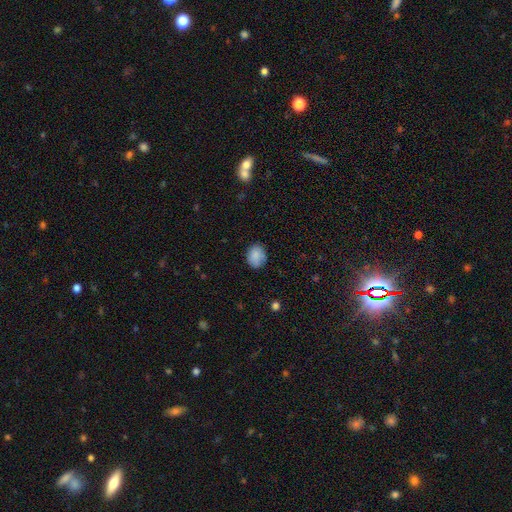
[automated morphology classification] Overall: smooth (86%). How rounded: in between (52%; round 47%). Merging: none (77%).